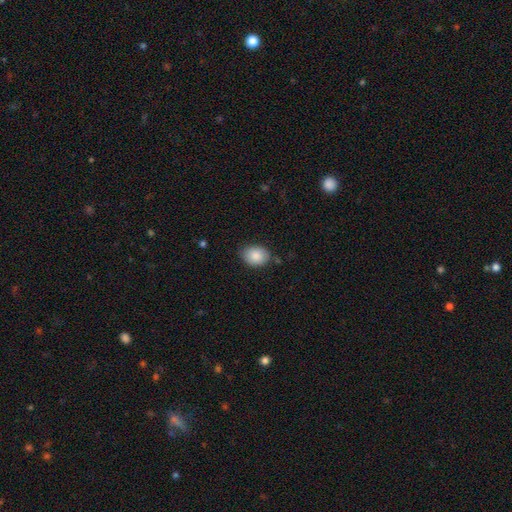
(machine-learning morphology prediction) smooth_or_featured: smooth (p=0.86) [alt: star or artifact p=0.07]
how_rounded: in between (p=0.65) [alt: round p=0.34]
merging: none (p=0.76) [alt: minor disturbance p=0.19]